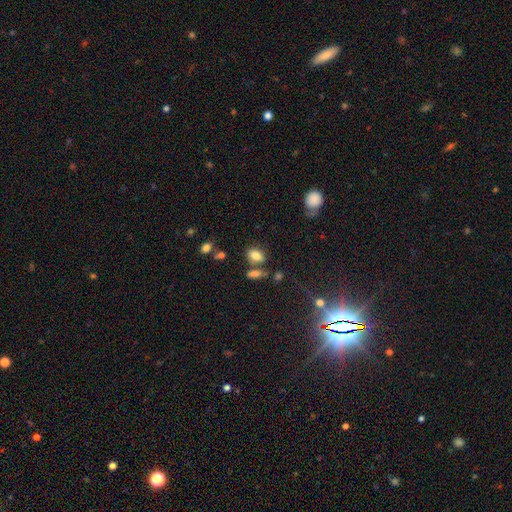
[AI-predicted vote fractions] Smooth or featured: smooth — 80% (star or artifact — 11%)
How rounded: in between — 85% (round — 13%)
Merging: none — 65% (merger — 17%)